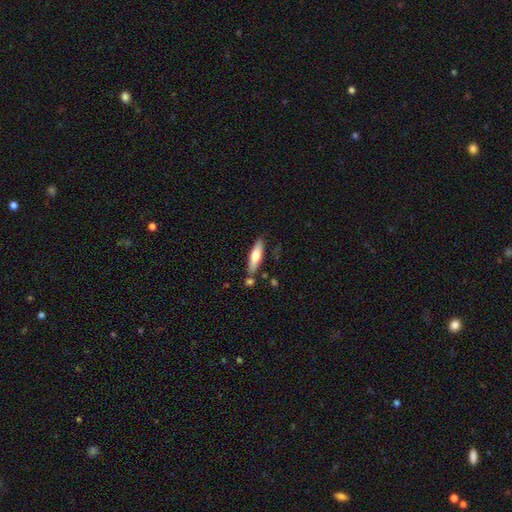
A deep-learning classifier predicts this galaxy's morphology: Smooth or featured?
  - smooth: 60% *
  - featured or disk: 34%
  - star or artifact: 6%
How rounded?
  - cigar-shaped: 72% *
  - in between: 27%
  - round: 2%
Merging?
  - none: 77% *
  - minor disturbance: 12%
  - merger: 8%
  - major disturbance: 3%